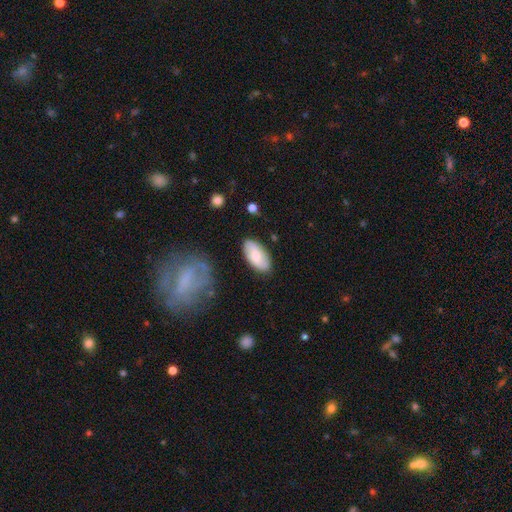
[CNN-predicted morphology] type=smooth (65%); roundness=in between (92%); merging=none (82%).